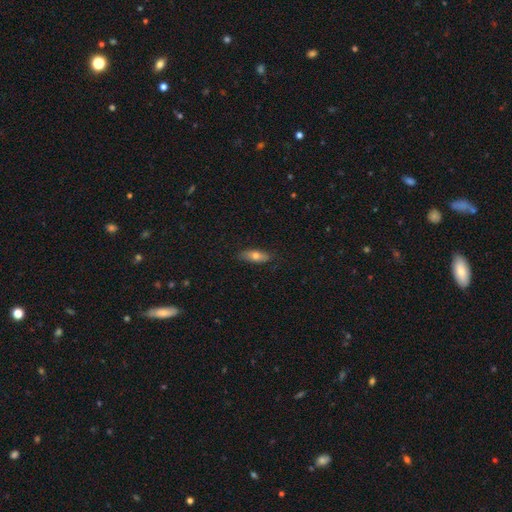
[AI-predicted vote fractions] Overall: smooth (67%). How rounded: in between (66%; cigar-shaped 30%). Merging: none (83%).